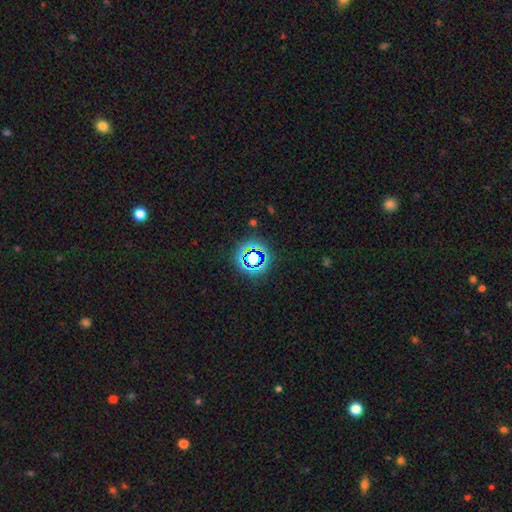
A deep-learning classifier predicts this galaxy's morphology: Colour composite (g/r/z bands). It shows a star or artifact, not a galaxy (63%).